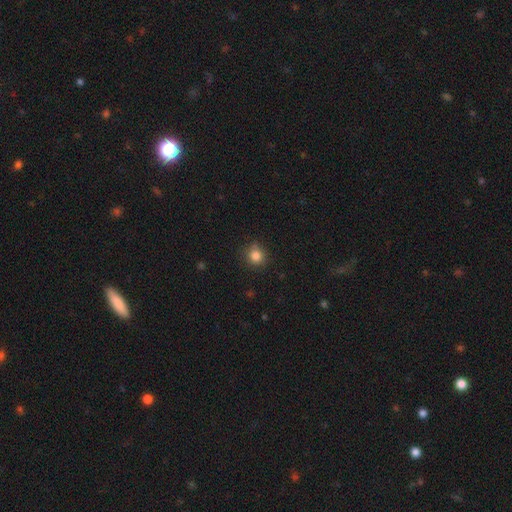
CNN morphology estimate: smooth 83%, star or artifact 12%, featured or disk 5%. Down the decision tree: how rounded — round (89%); merging — none (84%).